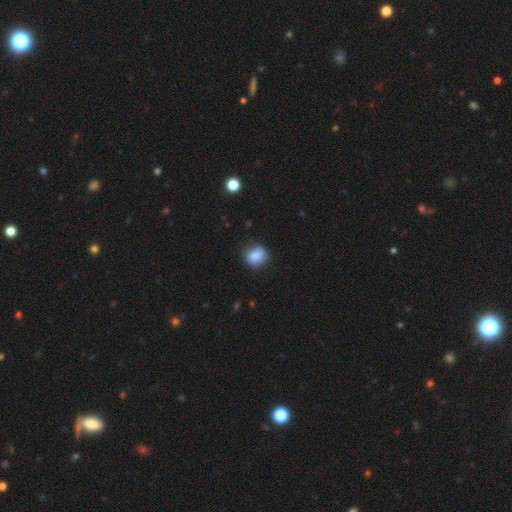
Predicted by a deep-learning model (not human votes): Smooth or featured? smooth (85%)
How rounded? round (60%)
Merging? none (76%)